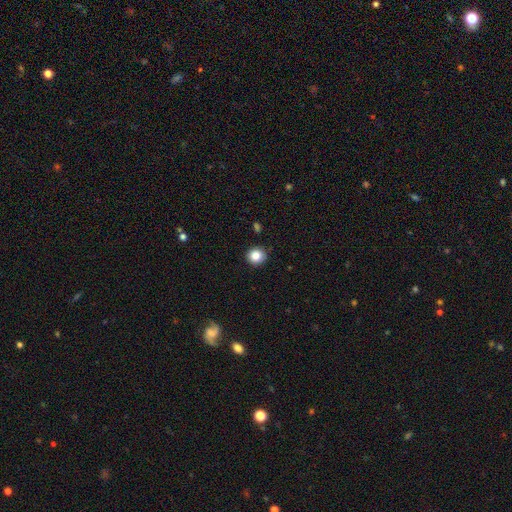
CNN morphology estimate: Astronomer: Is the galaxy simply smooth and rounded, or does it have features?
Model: smooth — 85%.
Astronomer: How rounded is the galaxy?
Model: round — 90%.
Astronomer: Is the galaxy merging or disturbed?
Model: none — 90%.